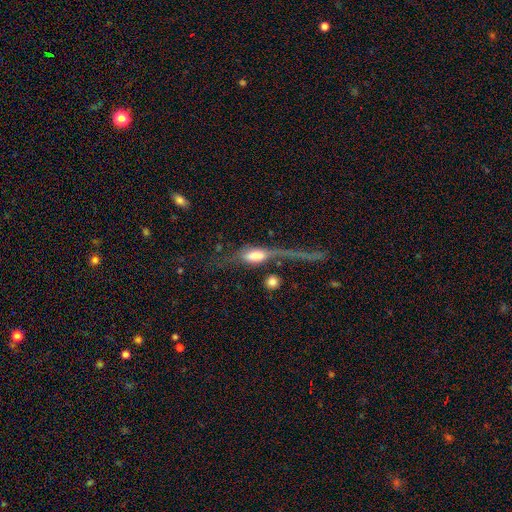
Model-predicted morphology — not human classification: Smooth or featured?
  - featured or disk: 48% *
  - smooth: 43%
  - star or artifact: 9%
Merging?
  - major disturbance: 36% *
  - none: 31%
  - minor disturbance: 18%
  - merger: 15%